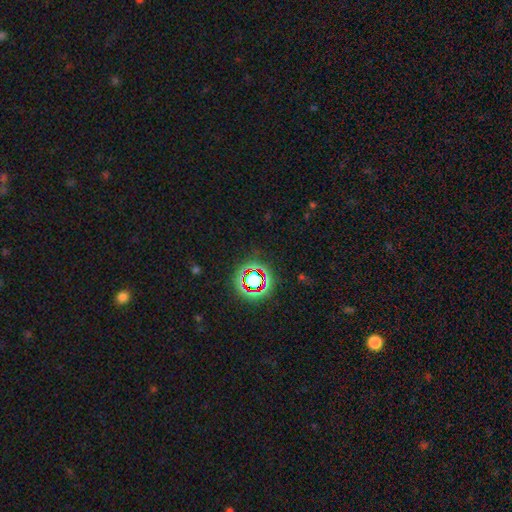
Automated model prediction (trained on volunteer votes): star or artifact 75%, smooth 14%, featured or disk 10%.